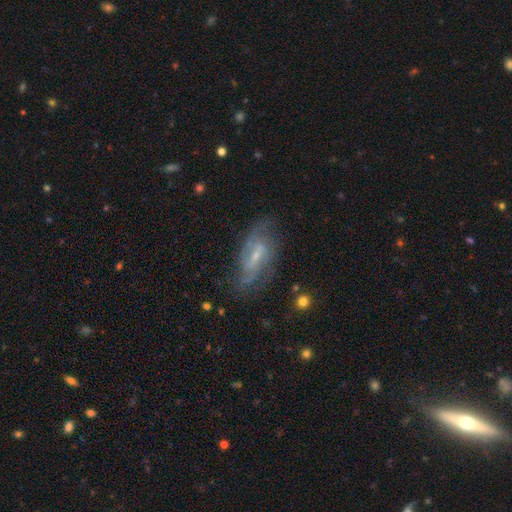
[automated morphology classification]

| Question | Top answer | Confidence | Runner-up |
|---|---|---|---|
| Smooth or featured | featured or disk | 80% | smooth (13%) |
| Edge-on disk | no | 93% | yes (7%) |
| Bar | weak | 53% | no (27%) |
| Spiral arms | yes | 92% | no (8%) |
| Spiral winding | medium | 46% | tight (28%) |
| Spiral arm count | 2 | 53% | can't tell (22%) |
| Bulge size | small | 66% | moderate (26%) |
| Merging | none | 69% | minor disturbance (20%) |